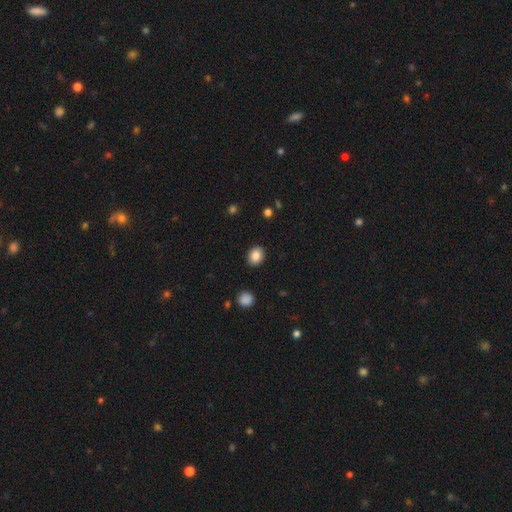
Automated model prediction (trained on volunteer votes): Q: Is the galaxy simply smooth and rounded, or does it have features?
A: smooth — 85%.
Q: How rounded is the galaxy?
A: in between — 50%, tied with round.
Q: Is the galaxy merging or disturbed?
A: none — 90%.